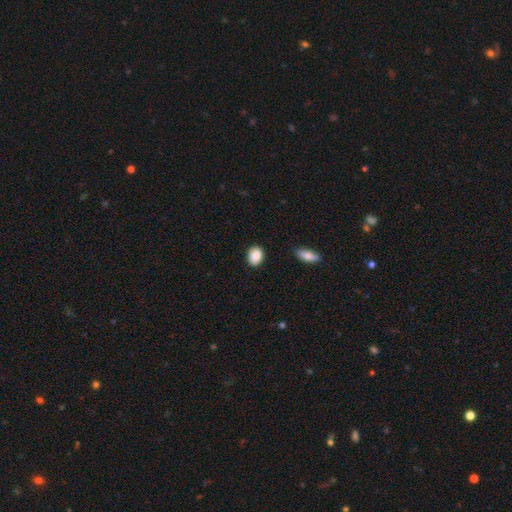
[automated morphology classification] Smooth or featured: smooth — 88% (star or artifact — 7%)
How rounded: in between — 65% (round — 34%)
Merging: none — 85% (minor disturbance — 11%)